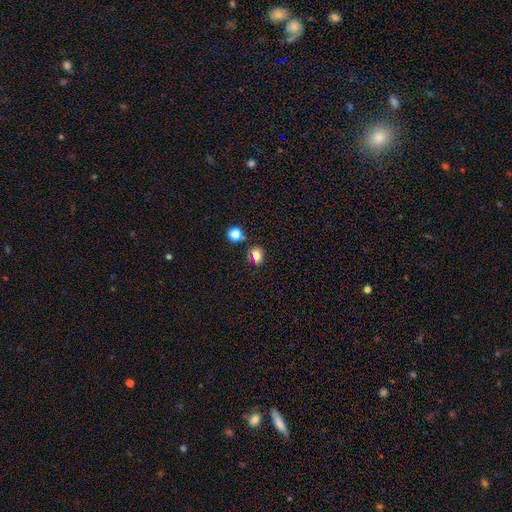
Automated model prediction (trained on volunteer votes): Overall: smooth (76%). How rounded: round (61%; in between 38%). Merging: none (76%).